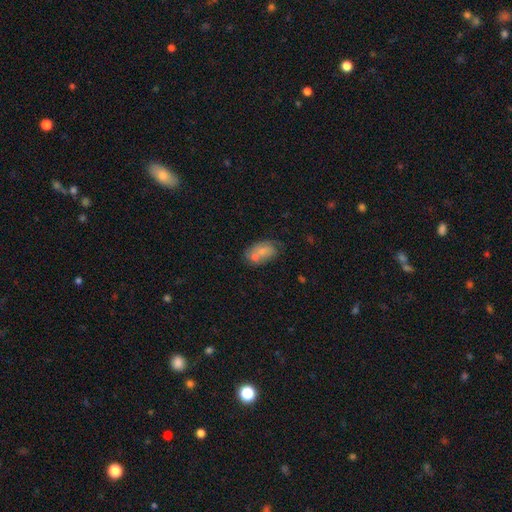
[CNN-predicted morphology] Overall: smooth (57%; featured or disk 27%). How rounded: in between (83%). Merging: none (54%; merger 23%).